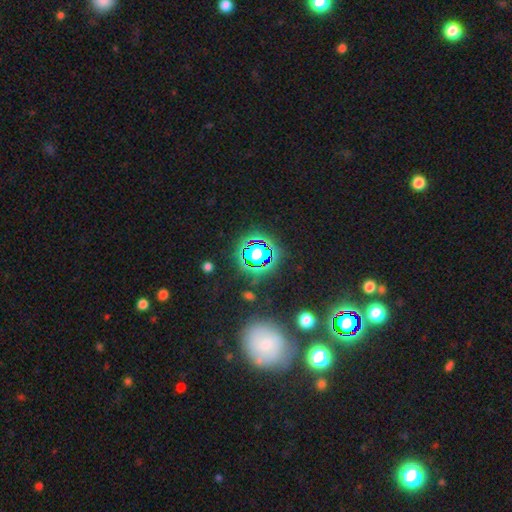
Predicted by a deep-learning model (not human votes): Overall: star or artifact (75%).